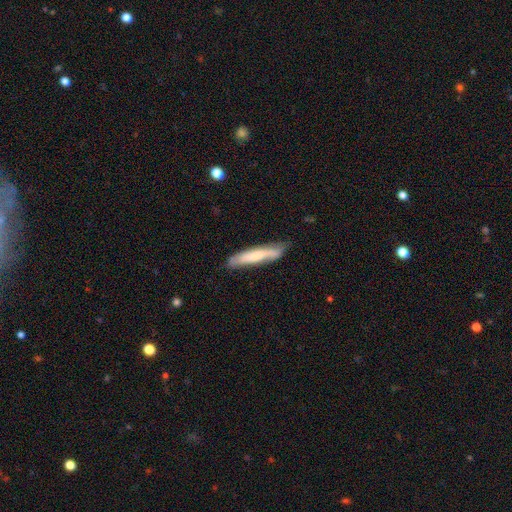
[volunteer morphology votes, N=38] This appears to be a smooth galaxy with no disk features (55%) that is cigar-shaped (71%). Merging: none (61%).